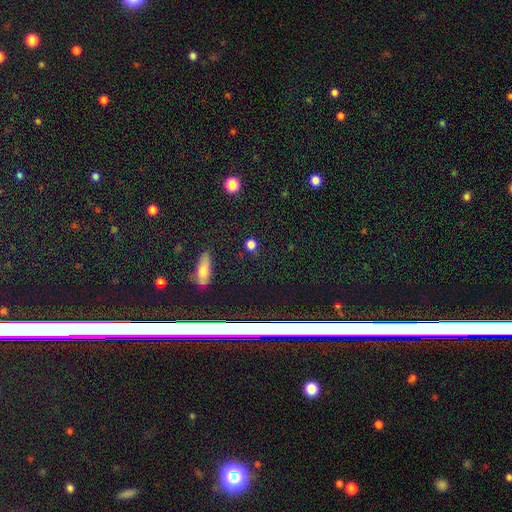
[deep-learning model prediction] A star or artifact, not a galaxy (77%).